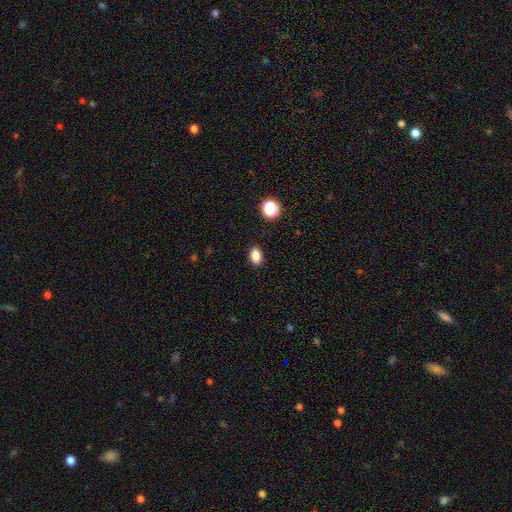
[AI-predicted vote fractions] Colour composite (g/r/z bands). It shows a smooth galaxy with no disk features (86%) that is in between round and cigar-shaped (78%). Merging: none (89%).